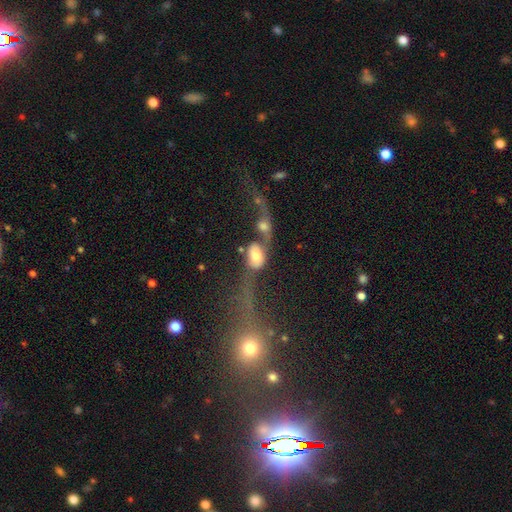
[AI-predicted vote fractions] Smooth or featured? featured or disk (50%)
Edge-on disk? no (85%)
Merging? merger (60%)